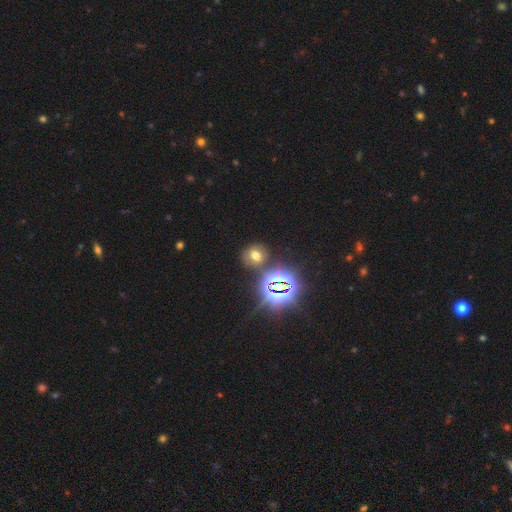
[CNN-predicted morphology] Smooth or featured? smooth (51%)
How rounded? round (68%)
Merging? none (74%)